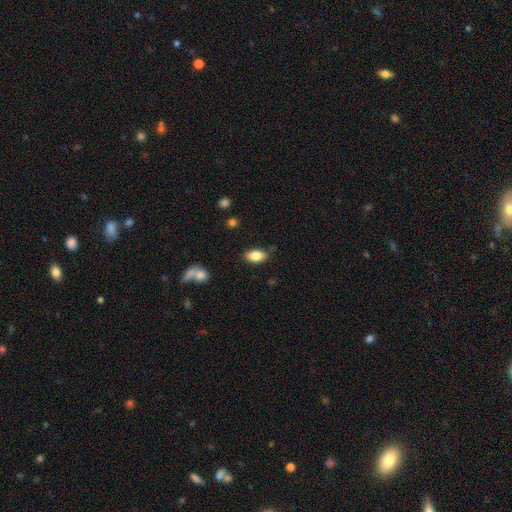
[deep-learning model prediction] Morphology: type=smooth (84%); roundness=in between (91%); merging=none (82%).